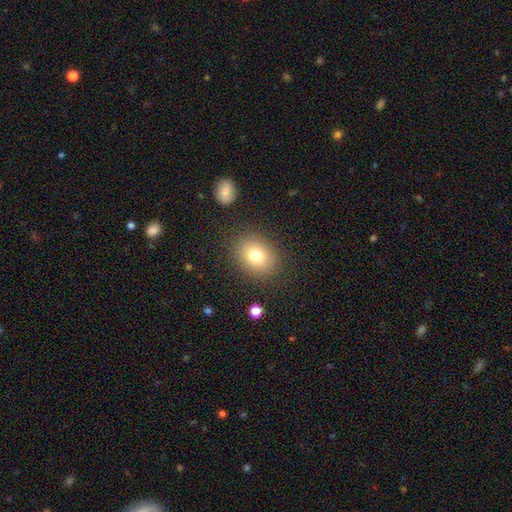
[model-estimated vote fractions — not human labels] Smooth or featured: smooth — 78% (star or artifact — 12%)
How rounded: round — 52% (in between — 47%)
Merging: none — 85% (minor disturbance — 9%)